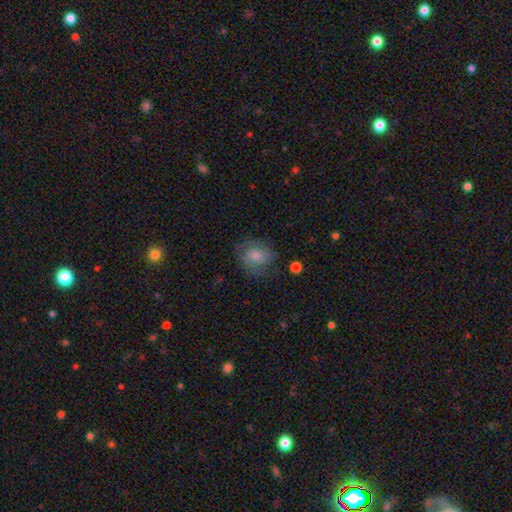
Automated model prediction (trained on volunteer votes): A featured or disk galaxy (45%). Merging: none (70%).